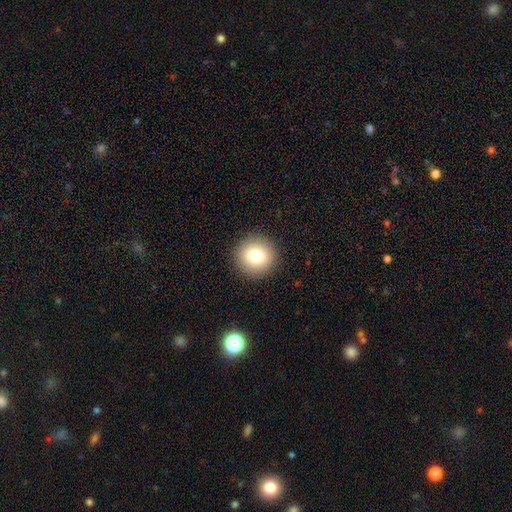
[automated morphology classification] Overall: smooth (80%). How rounded: round (93%). Merging: none (92%).